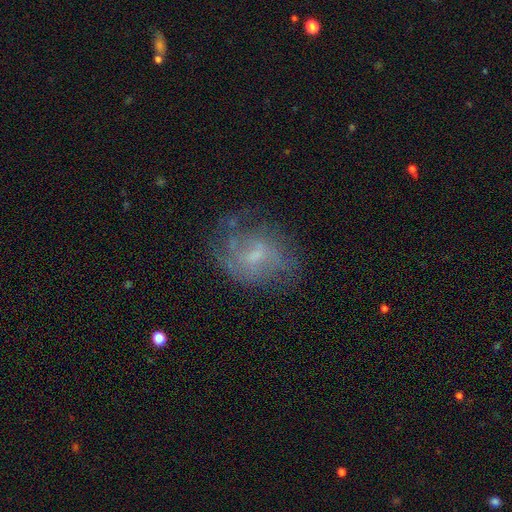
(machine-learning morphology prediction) Smooth or featured?
  - featured or disk: 59% *
  - smooth: 30%
  - star or artifact: 11%
Edge-on disk?
  - no: 97% *
  - yes: 3%
Bar?
  - no: 49% *
  - weak: 44%
  - strong: 7%
Spiral arms?
  - yes: 57% *
  - no: 43%
Bulge size?
  - small: 47% *
  - moderate: 28%
  - none: 21%
  - large: 2%
  - dominant: 1%
Merging?
  - none: 53% *
  - minor disturbance: 23%
  - major disturbance: 22%
  - merger: 2%